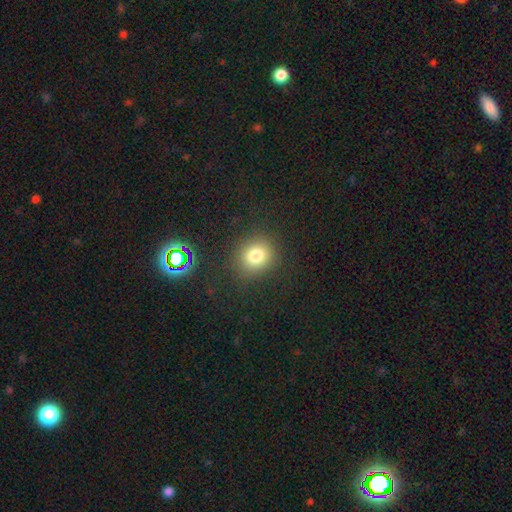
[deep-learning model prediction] Smooth or featured: smooth — 77% (star or artifact — 15%)
How rounded: round — 79% (in between — 20%)
Merging: none — 87% (minor disturbance — 8%)